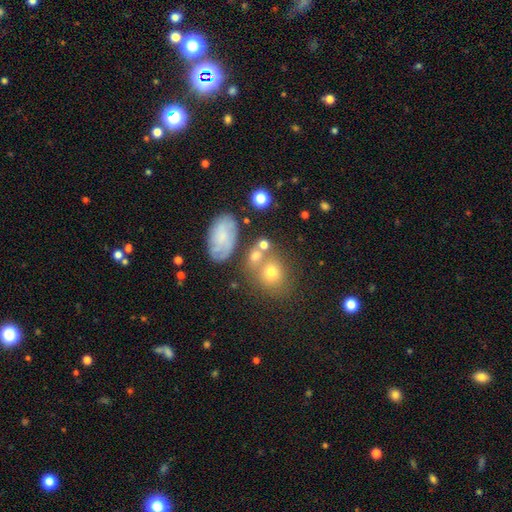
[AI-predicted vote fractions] Overall: smooth (64%). How rounded: round (53%; in between 45%). Merging: none (52%; merger 26%).